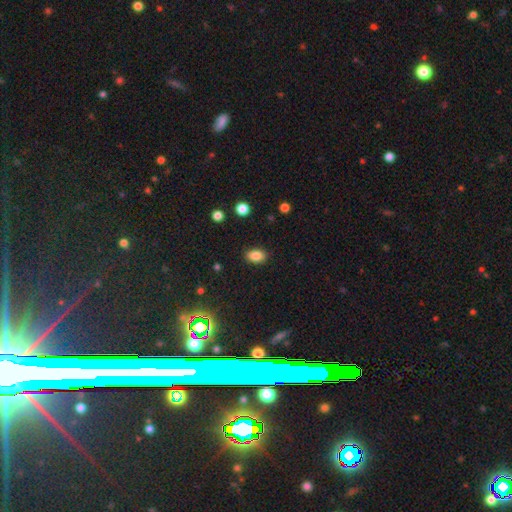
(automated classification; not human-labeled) Smooth or featured? smooth (85%)
How rounded? in between (84%)
Merging? none (87%)